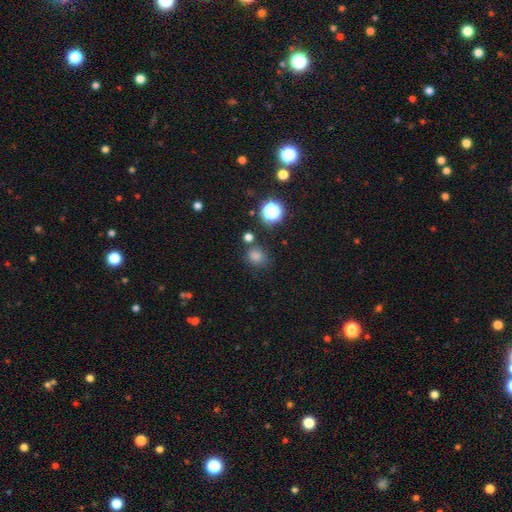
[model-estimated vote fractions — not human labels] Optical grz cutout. It shows a smooth galaxy with no disk features (74%) that is round (69%). Merging: none (74%).